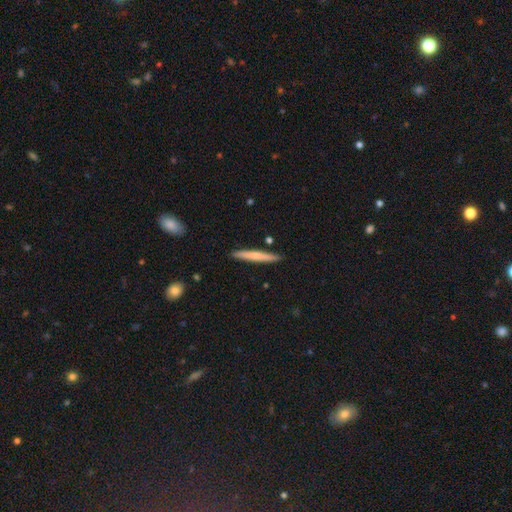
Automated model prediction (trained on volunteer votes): Smooth or featured? Predicted: smooth (p=0.61). How rounded? Predicted: cigar-shaped (p=0.96). Merging? Predicted: none (p=0.91).